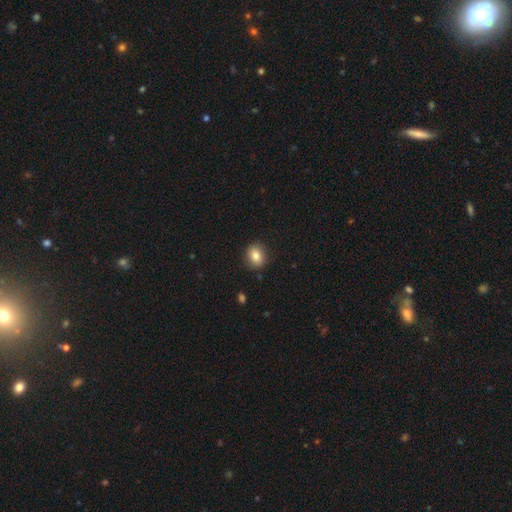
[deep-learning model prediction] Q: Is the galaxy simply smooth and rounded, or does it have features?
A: smooth — 84%.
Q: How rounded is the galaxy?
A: round — 56%.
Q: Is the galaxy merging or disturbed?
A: none — 88%.